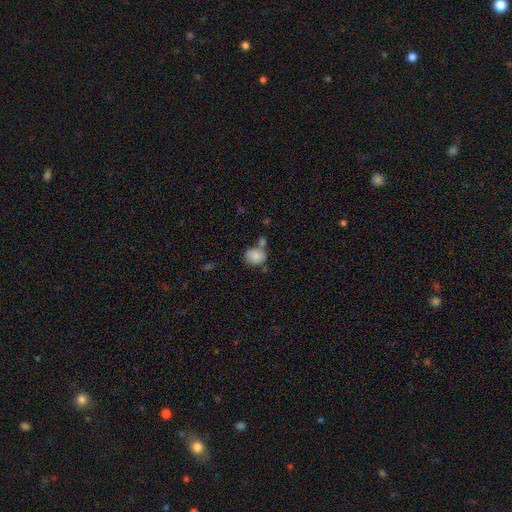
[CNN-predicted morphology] Smooth or featured? Predicted: smooth (p=0.83). How rounded? Predicted: round (p=0.59). Merging? Predicted: none (p=0.52).